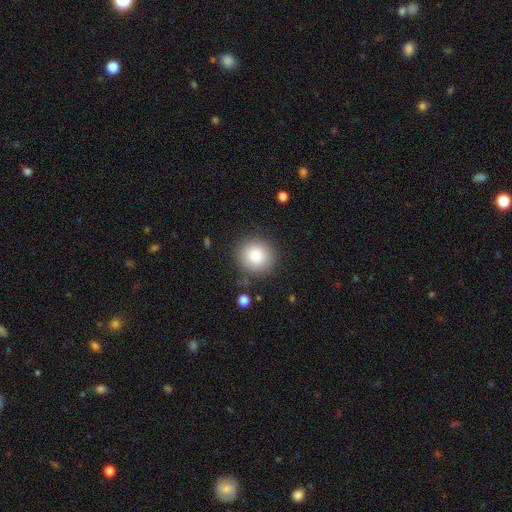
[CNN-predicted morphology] smooth-or-featured: smooth: 82% | star or artifact: 10% | featured or disk: 8%
  how-rounded: round: 91% | in between: 8% | cigar-shaped: 1%
  merging: none: 85% | minor disturbance: 10% | major disturbance: 3% | merger: 2%